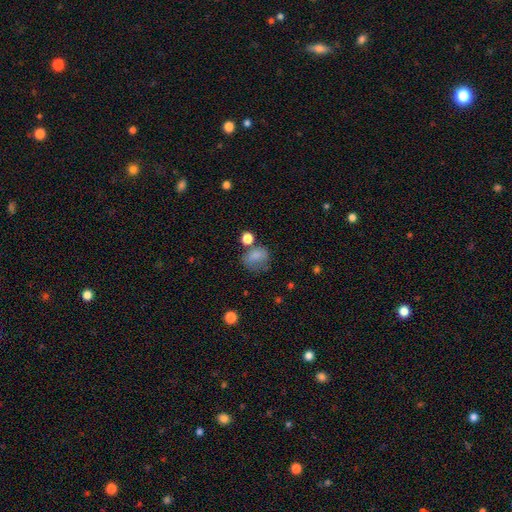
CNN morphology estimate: smooth 78%, star or artifact 12%, featured or disk 10%. Down the decision tree: how rounded — in between (54%); merging — none (47%).